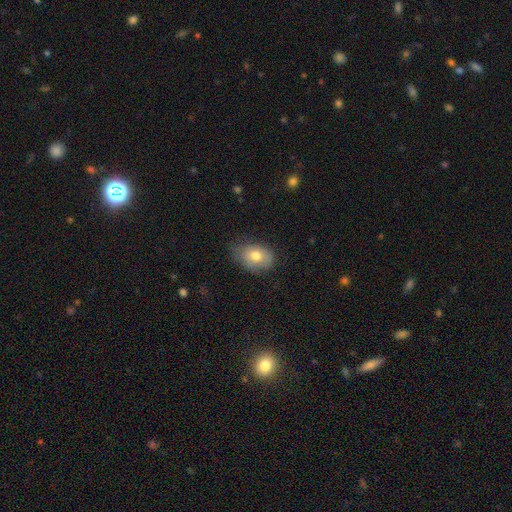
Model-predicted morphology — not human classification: Smooth or featured? smooth (75%)
How rounded? in between (79%)
Merging? none (61%)